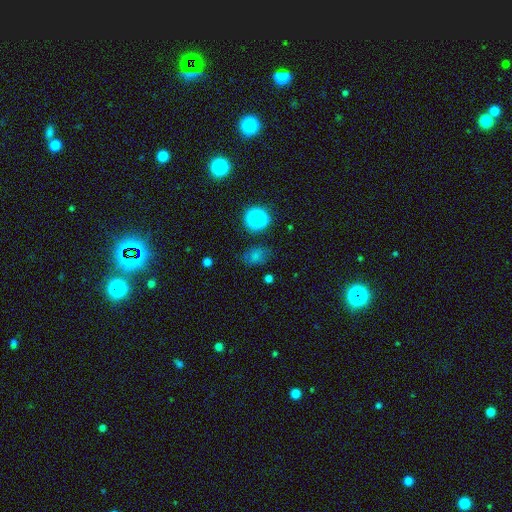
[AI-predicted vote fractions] The model was most divided on "how rounded": in between: 67%, round: 31%, cigar-shaped: 2%. More confident: merging — none (72%); smooth or featured — smooth (70%).